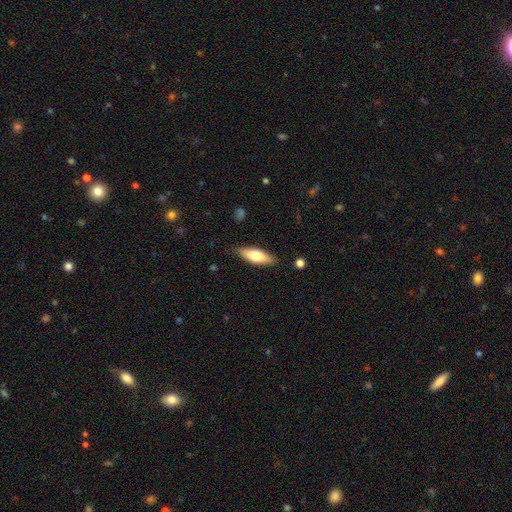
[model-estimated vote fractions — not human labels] This appears to be a smooth galaxy with no disk features (66%) that is in between round and cigar-shaped (57%). Merging: none (85%).